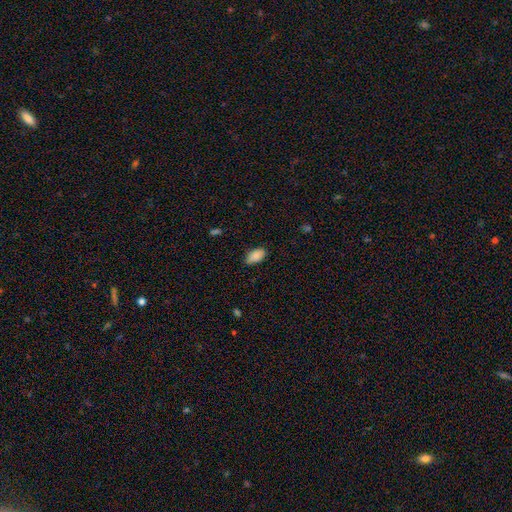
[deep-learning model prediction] Smooth or featured?
  - smooth: 88% *
  - star or artifact: 7%
  - featured or disk: 5%
How rounded?
  - in between: 93% *
  - cigar-shaped: 4%
  - round: 3%
Merging?
  - none: 81% *
  - minor disturbance: 16%
  - major disturbance: 3%
  - merger: 1%